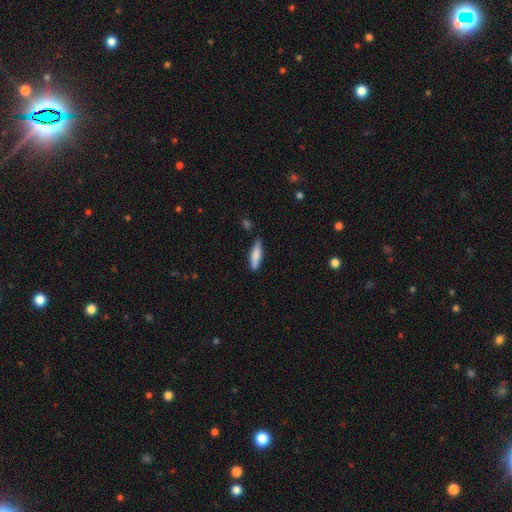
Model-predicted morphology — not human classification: A smooth galaxy with no disk features (78%) that is cigar-shaped (72%).

Vote fractions:
- Smooth or featured? smooth: 78% / featured or disk: 16% / star or artifact: 6%
- How rounded? cigar-shaped: 72% / in between: 27% / round: 2%
- Merging? none: 80% / minor disturbance: 15% / merger: 3% / major disturbance: 3%